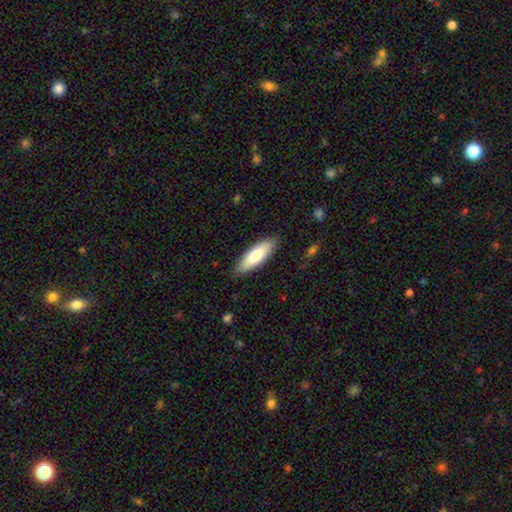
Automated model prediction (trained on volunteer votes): Morphology: type=smooth (78%); roundness=in between (52%); merging=none (86%).